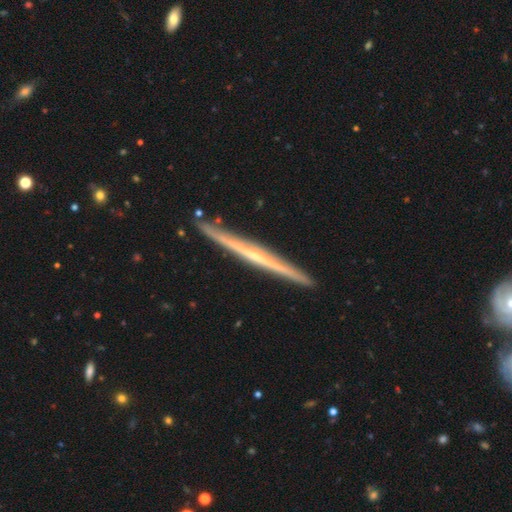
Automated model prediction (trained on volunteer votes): smooth_or_featured: featured or disk (p=0.77) [alt: smooth p=0.18]
disk_edge_on: yes (p=0.98) [alt: no p=0.02]
edge_on_bulge: none (p=0.62) [alt: rounded p=0.33]
merging: none (p=0.90) [alt: minor disturbance p=0.07]